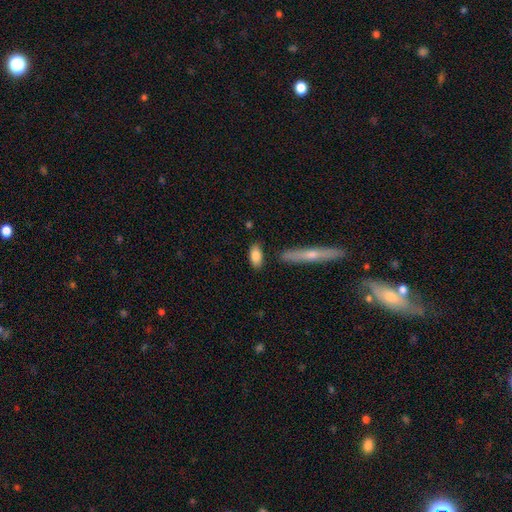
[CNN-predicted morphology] This appears to be a smooth galaxy with no disk features (82%) that is in between round and cigar-shaped (85%). Merging: none (81%).